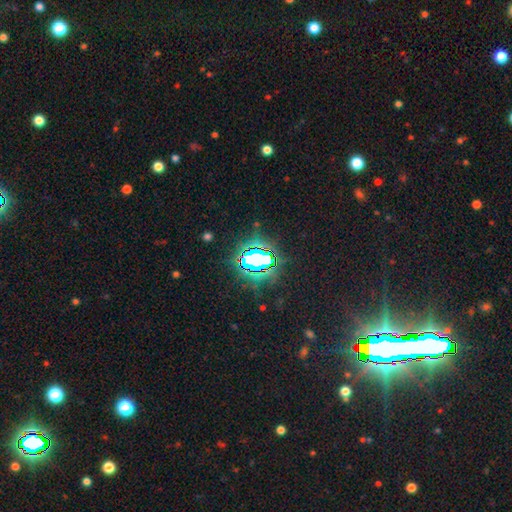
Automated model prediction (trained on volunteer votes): Q: Smooth or featured?
A: star or artifact (76%); runner-up: smooth (13%)